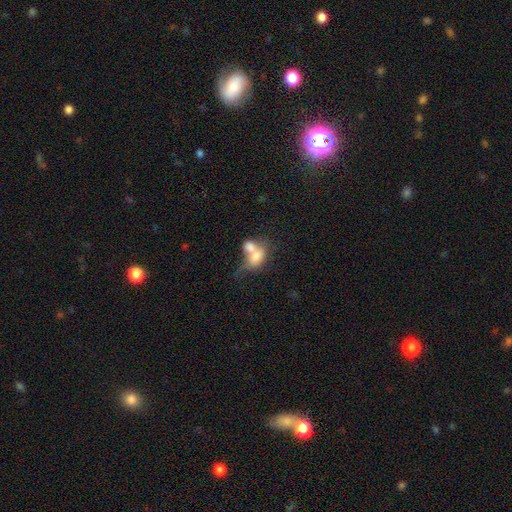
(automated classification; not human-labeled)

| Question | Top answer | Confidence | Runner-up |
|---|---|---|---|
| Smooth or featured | smooth | 70% | featured or disk (22%) |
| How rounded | in between | 74% | round (24%) |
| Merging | merger | 70% | none (14%) |